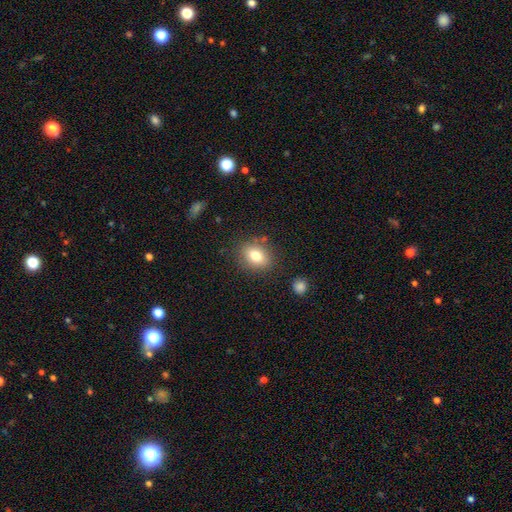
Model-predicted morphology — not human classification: Q: Smooth or featured?
A: smooth (79%); runner-up: featured or disk (12%)
Q: How rounded?
A: in between (60%); runner-up: round (38%)
Q: Merging?
A: none (82%); runner-up: minor disturbance (12%)